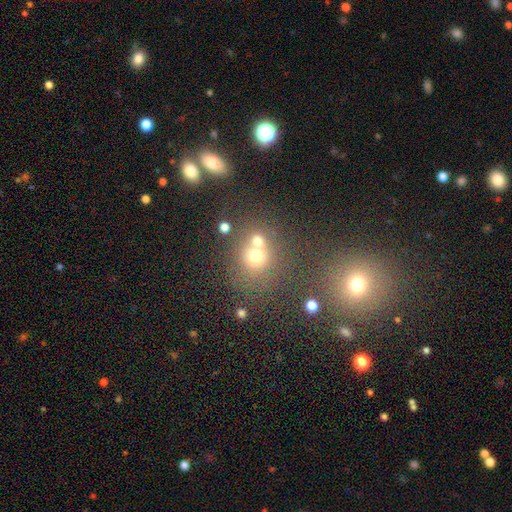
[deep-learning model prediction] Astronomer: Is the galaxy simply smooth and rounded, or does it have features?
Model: smooth — 64%.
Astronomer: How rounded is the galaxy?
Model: round — 80%.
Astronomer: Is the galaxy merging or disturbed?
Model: merger — 44% (runner-up: none, 43%).